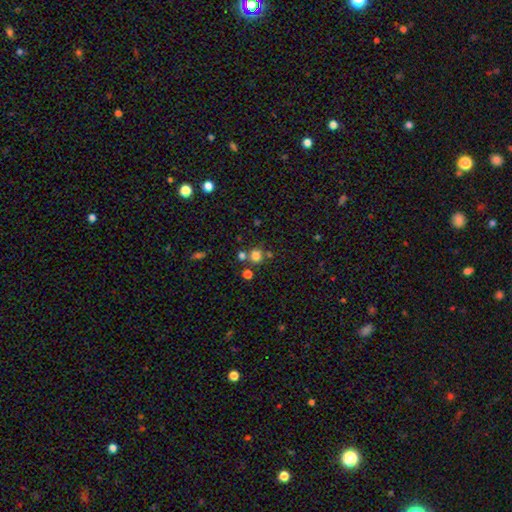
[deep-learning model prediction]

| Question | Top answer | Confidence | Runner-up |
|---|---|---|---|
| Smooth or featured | smooth | 77% | star or artifact (16%) |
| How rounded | round | 90% | in between (9%) |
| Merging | none | 69% | merger (19%) |